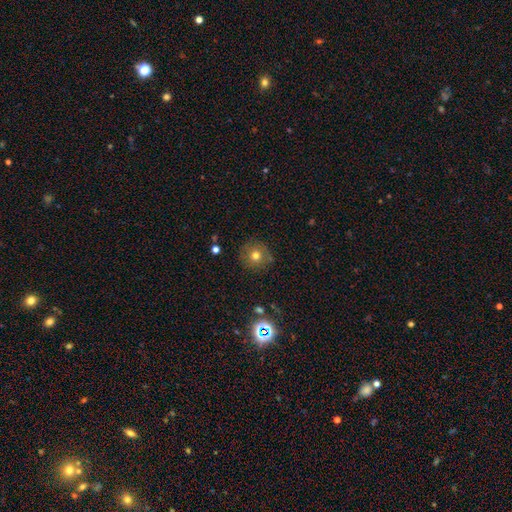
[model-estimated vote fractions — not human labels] Smooth or featured?
  - smooth: 71% *
  - star or artifact: 15%
  - featured or disk: 15%
How rounded?
  - round: 94% *
  - in between: 5%
  - cigar-shaped: 1%
Merging?
  - none: 85% *
  - minor disturbance: 10%
  - major disturbance: 3%
  - merger: 2%